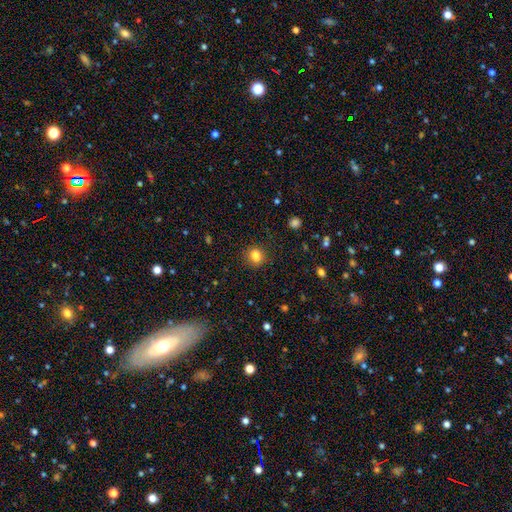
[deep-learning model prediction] smooth_or_featured: smooth (p=0.83) [alt: star or artifact p=0.12]
how_rounded: round (p=0.80) [alt: in between p=0.19]
merging: none (p=0.88) [alt: minor disturbance p=0.08]